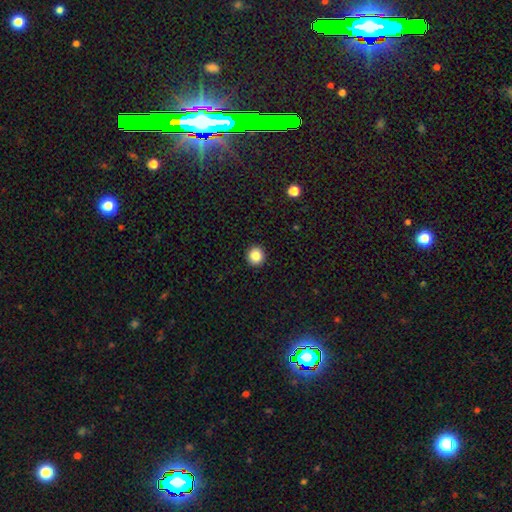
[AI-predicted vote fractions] Smooth or featured: smooth — 86% (star or artifact — 10%)
How rounded: round — 93% (in between — 6%)
Merging: none — 93% (minor disturbance — 4%)